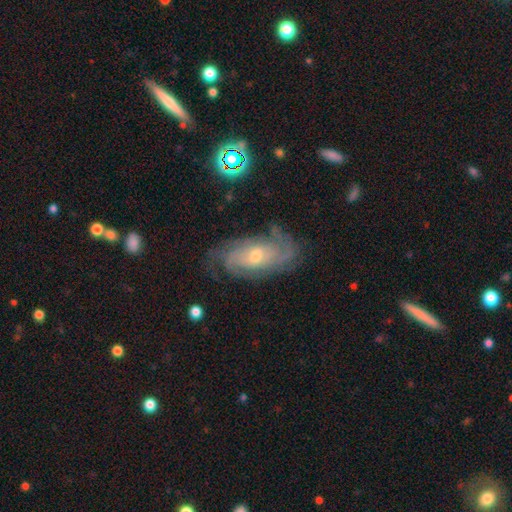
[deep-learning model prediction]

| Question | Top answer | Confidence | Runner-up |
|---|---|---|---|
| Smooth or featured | featured or disk | 82% | smooth (10%) |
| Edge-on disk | no | 94% | yes (6%) |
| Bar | no | 63% | weak (30%) |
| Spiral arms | yes | 95% | no (5%) |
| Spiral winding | tight | 60% | medium (31%) |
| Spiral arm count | can't tell | 36% | 2 (24%) |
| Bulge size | moderate | 48% | small (47%) |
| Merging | none | 73% | minor disturbance (18%) |